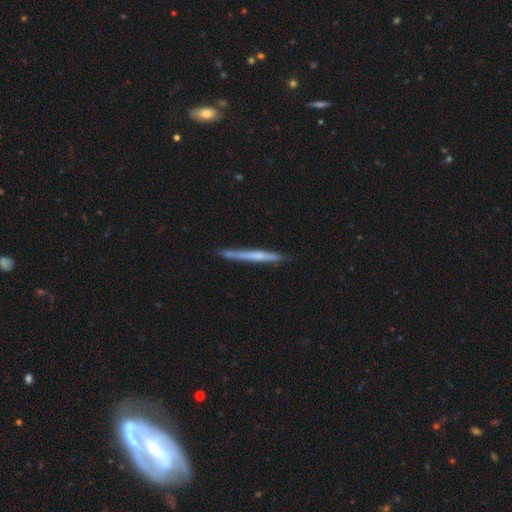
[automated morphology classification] type=smooth (47%, tied with featured or disk); merging=none (82%).